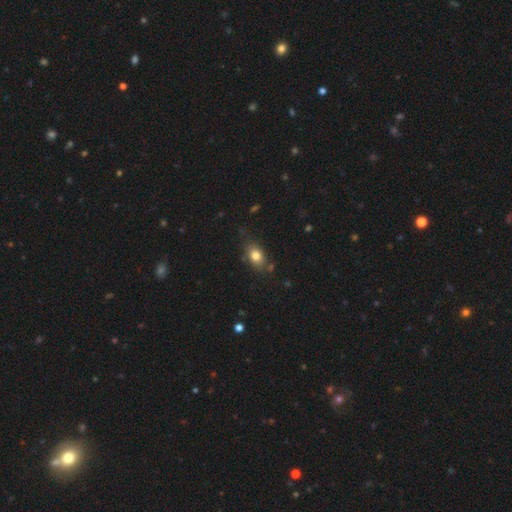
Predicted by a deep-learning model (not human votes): This is clearly a smooth galaxy (80%). How rounded: likely in between (75%). Merging: likely none (74%).